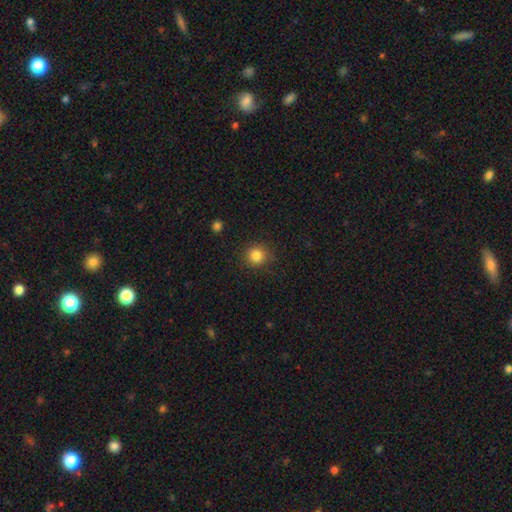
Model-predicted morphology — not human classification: This is clearly a smooth galaxy (83%). How rounded: clearly round (92%). Merging: clearly none (88%).